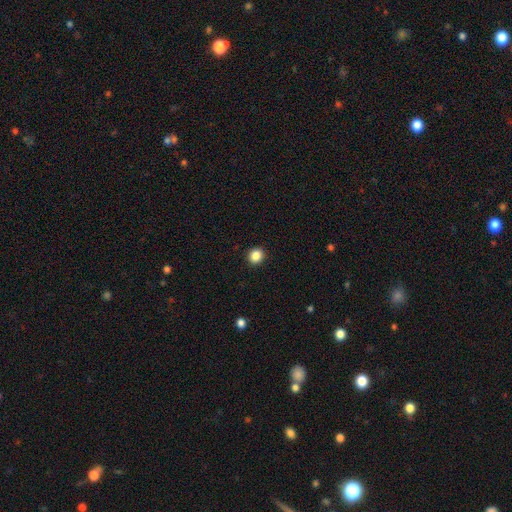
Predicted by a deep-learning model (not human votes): Q: Smooth or featured?
A: smooth (87%); runner-up: star or artifact (10%)
Q: How rounded?
A: round (86%); runner-up: in between (14%)
Q: Merging?
A: none (92%); runner-up: minor disturbance (5%)